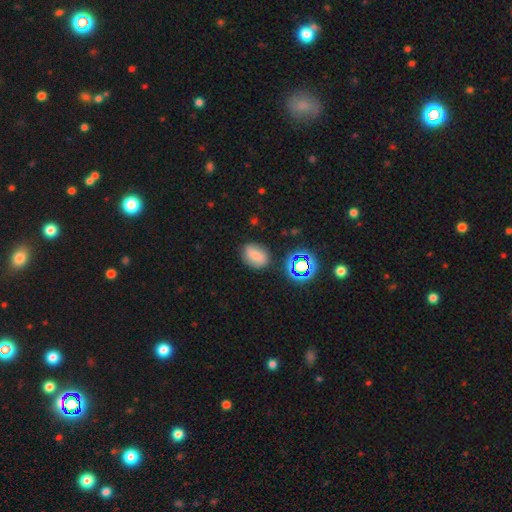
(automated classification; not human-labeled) This appears to be a smooth galaxy with no disk features (63%) that is in between round and cigar-shaped (71%). Merging: none (76%).